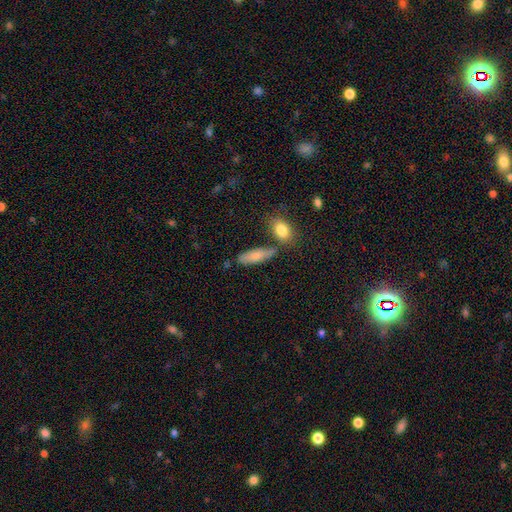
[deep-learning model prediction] Smooth or featured? Predicted: smooth (p=0.80). How rounded? Predicted: in between (p=0.54). Merging? Predicted: none (p=0.66).